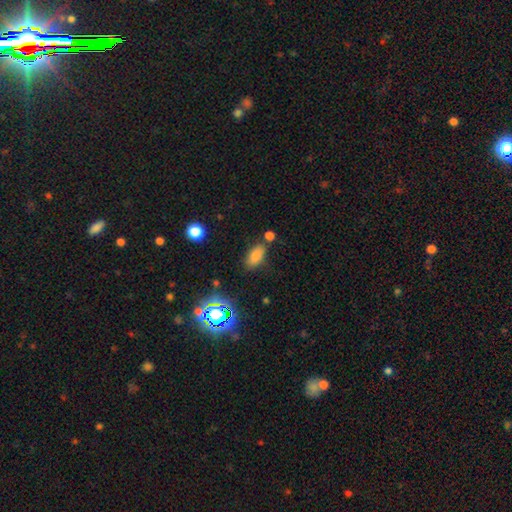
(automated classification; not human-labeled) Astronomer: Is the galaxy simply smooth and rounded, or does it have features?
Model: smooth — 78%.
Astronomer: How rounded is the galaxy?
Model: in between — 88%.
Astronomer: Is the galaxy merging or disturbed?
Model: none — 73%.